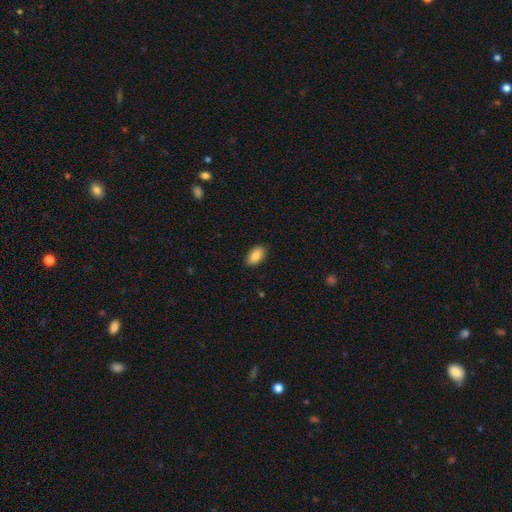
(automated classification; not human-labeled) This is clearly a smooth galaxy (88%). How rounded: clearly in between (94%). Merging: clearly none (89%).